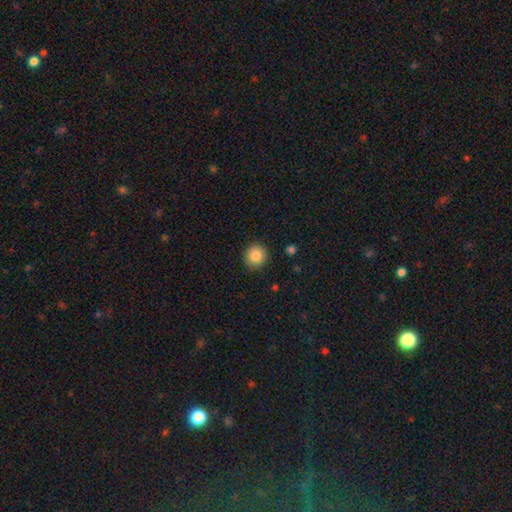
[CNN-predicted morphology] smooth 85%, star or artifact 9%, featured or disk 6%. Down the decision tree: how rounded — round (89%); merging — none (87%).